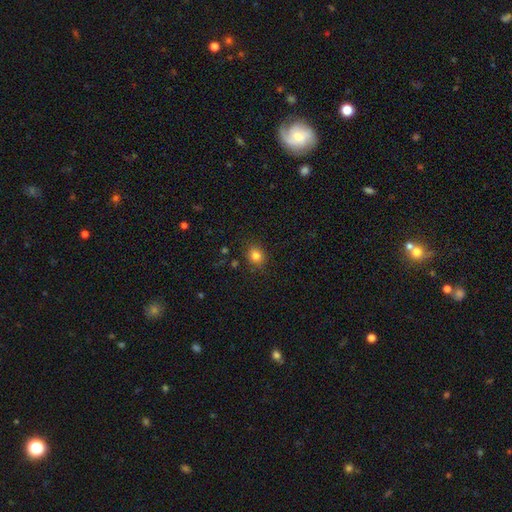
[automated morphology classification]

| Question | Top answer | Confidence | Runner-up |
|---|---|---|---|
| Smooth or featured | smooth | 81% | star or artifact (12%) |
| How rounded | round | 72% | in between (27%) |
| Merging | none | 86% | minor disturbance (10%) |